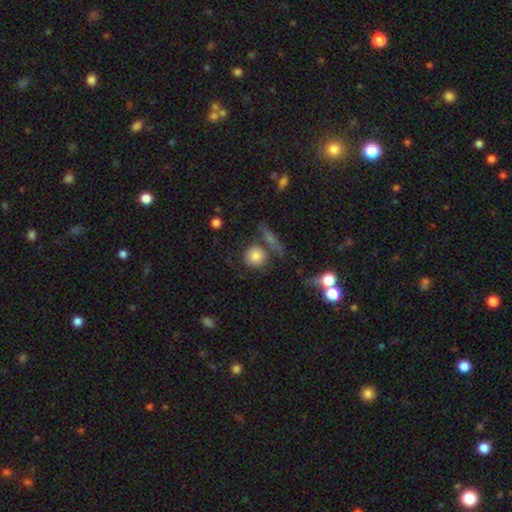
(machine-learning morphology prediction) smooth_or_featured: smooth (p=0.80) [alt: featured or disk p=0.11]
how_rounded: round (p=0.87) [alt: in between p=0.11]
merging: none (p=0.62) [alt: merger p=0.17]